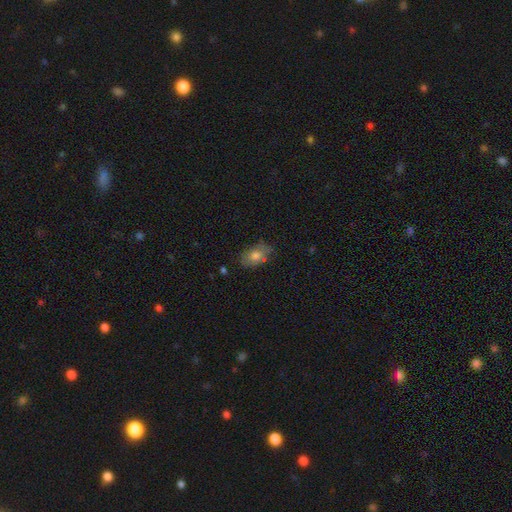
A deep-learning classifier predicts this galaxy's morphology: type=smooth (73%); roundness=in between (84%); merging=none (65%).